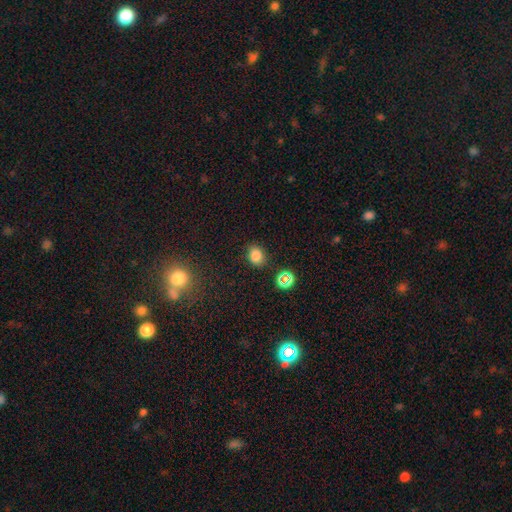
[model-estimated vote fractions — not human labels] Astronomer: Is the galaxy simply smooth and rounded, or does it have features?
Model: smooth — 80%.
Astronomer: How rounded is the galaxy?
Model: in between — 51% (runner-up: round, 48%).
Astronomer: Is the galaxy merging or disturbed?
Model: none — 83%.